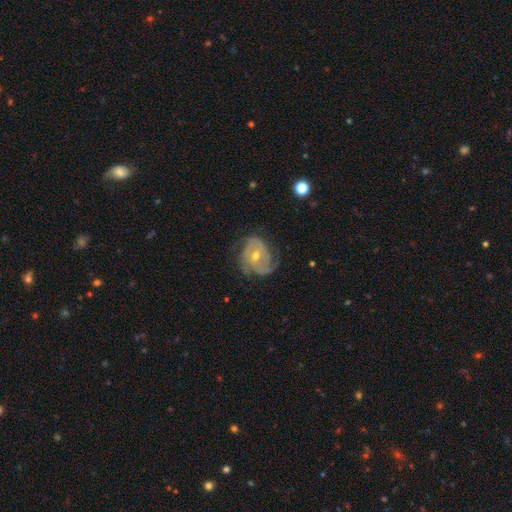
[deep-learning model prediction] Overall: featured or disk (85%). Edge-on disk: no (97%). Bar: no (66%; weak 26%). Spiral arms: yes (94%). Spiral arm count: 3 (33%, tied with 2). Spiral winding: tight (52%; medium 36%). Bulge size: moderate (57%; small 40%). Merging: none (65%).